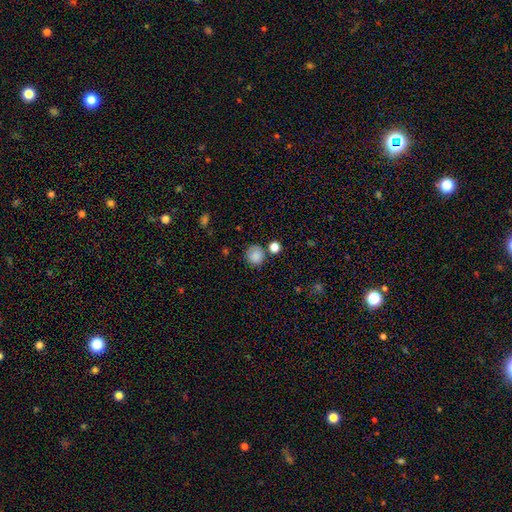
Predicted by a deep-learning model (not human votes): smooth_or_featured: smooth (p=0.83) [alt: star or artifact p=0.10]
how_rounded: round (p=0.87) [alt: in between p=0.12]
merging: none (p=0.74) [alt: minor disturbance p=0.15]